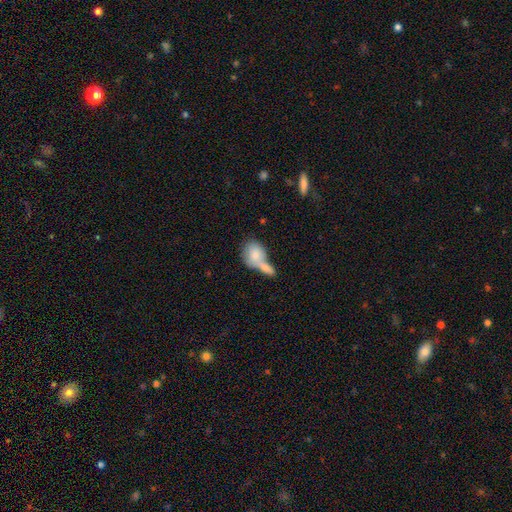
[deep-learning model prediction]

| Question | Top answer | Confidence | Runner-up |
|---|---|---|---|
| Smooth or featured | smooth | 77% | featured or disk (16%) |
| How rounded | in between | 53% | round (44%) |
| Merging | merger | 64% | none (21%) |